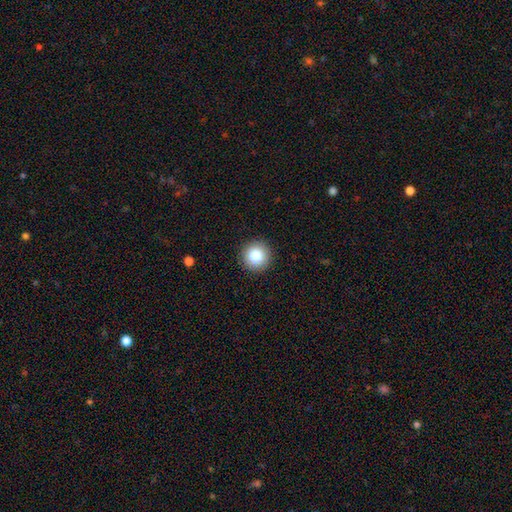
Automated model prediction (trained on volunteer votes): This appears to be a smooth galaxy with no disk features (86%) that is round (95%). Merging: none (92%).